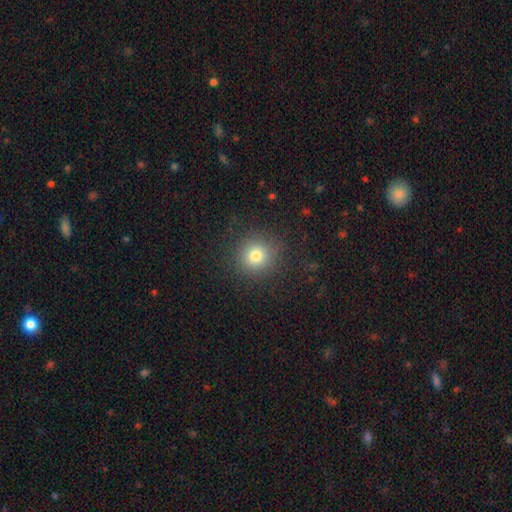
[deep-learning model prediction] A smooth galaxy with no disk features (78%) that is round (92%). Merging: none (88%).